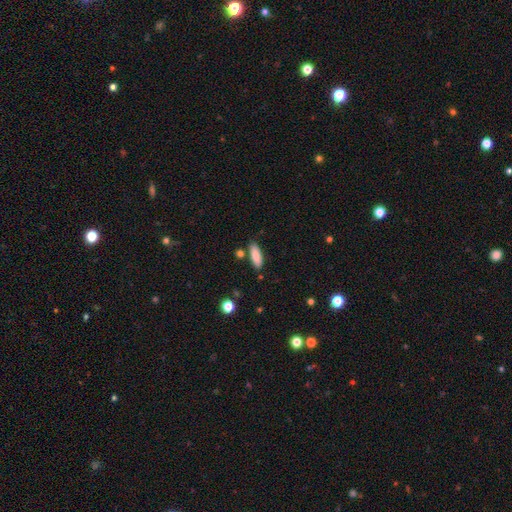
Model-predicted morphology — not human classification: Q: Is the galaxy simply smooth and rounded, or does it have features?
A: smooth — 86%.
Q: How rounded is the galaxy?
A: in between — 63%.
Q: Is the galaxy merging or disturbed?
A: none — 82%.